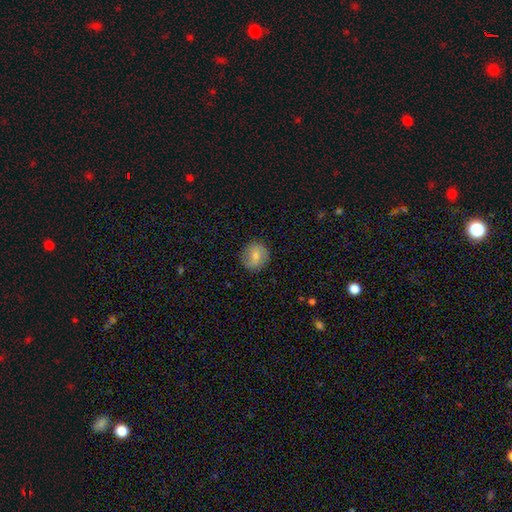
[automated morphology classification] A smooth galaxy with no disk features (70%) that is round (88%). Merging: none (86%).